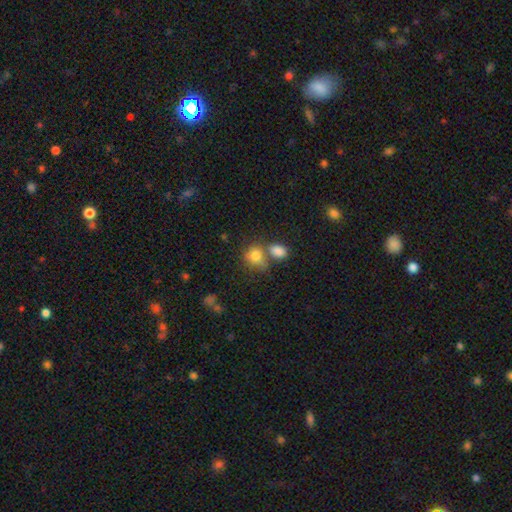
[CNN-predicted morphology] This appears to be a smooth galaxy with no disk features (80%) that is round (61%). Merging: none (44%).